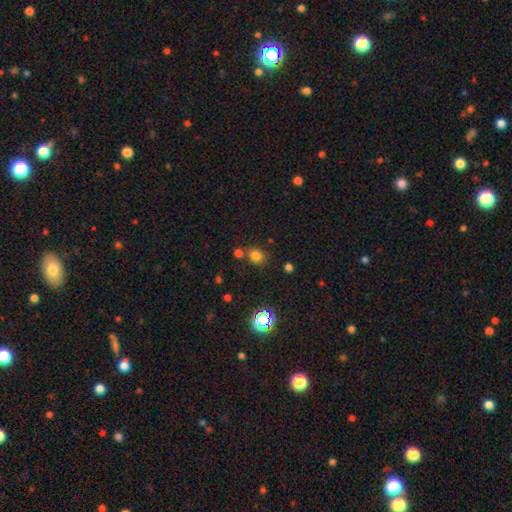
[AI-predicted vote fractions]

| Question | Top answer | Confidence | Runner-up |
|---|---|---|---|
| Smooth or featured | smooth | 74% | star or artifact (20%) |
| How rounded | round | 60% | in between (39%) |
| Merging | none | 72% | merger (13%) |